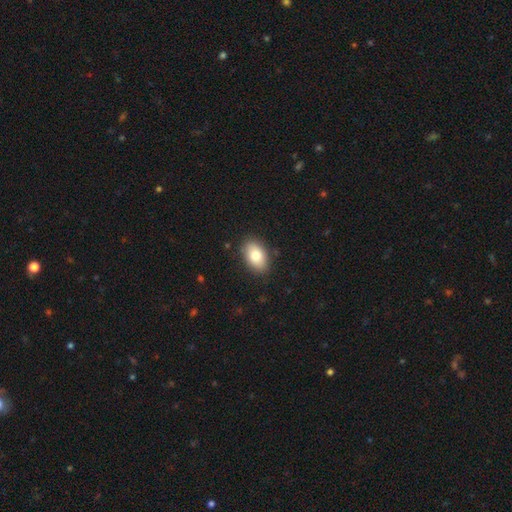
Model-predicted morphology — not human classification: Q: Smooth or featured?
A: smooth (81%); runner-up: featured or disk (12%)
Q: How rounded?
A: in between (90%); runner-up: round (9%)
Q: Merging?
A: none (86%); runner-up: minor disturbance (11%)